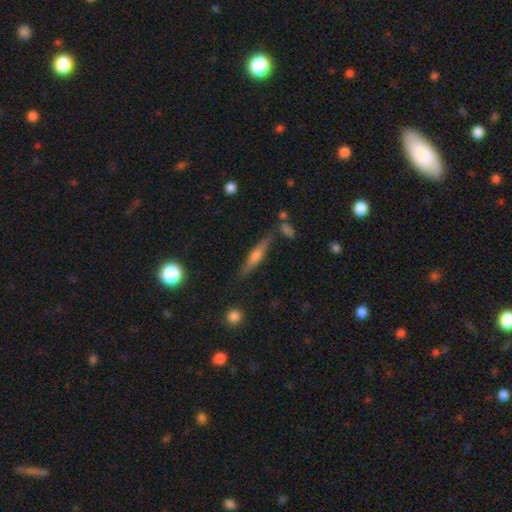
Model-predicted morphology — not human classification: Smooth or featured?
  - featured or disk: 60% *
  - smooth: 32%
  - star or artifact: 8%
Edge-on disk?
  - yes: 95% *
  - no: 5%
Edge-on bulge?
  - rounded: 84% *
  - boxy: 8%
  - none: 8%
Merging?
  - none: 81% *
  - minor disturbance: 11%
  - merger: 5%
  - major disturbance: 3%